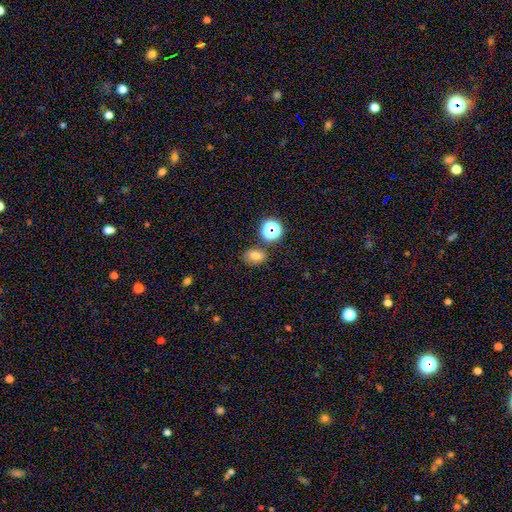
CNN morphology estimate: Overall: smooth (72%). How rounded: in between (62%; round 36%). Merging: none (76%).